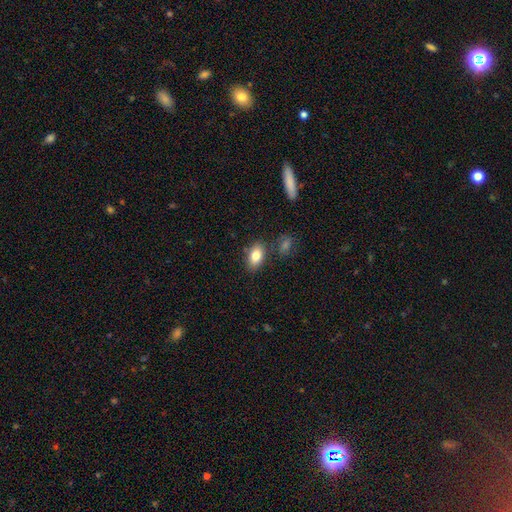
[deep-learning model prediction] Morphology: type=smooth (82%); roundness=in between (90%); merging=none (79%).